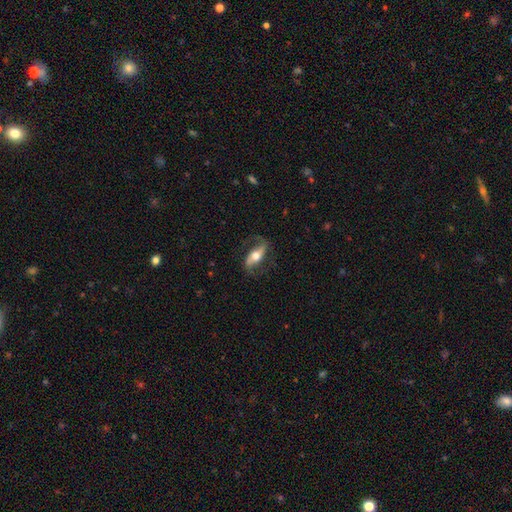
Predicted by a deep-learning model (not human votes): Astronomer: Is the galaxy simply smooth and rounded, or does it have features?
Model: featured or disk — 71%.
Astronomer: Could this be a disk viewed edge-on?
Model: no — 83%.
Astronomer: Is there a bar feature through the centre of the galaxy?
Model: strong — 39% (runner-up: no, 34%).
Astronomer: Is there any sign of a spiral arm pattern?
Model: yes — 87%.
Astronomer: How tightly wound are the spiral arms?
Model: loose — 61%.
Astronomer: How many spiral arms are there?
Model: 2 — 87%.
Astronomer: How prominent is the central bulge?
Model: moderate — 67%.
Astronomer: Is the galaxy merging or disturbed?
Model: none — 70%.